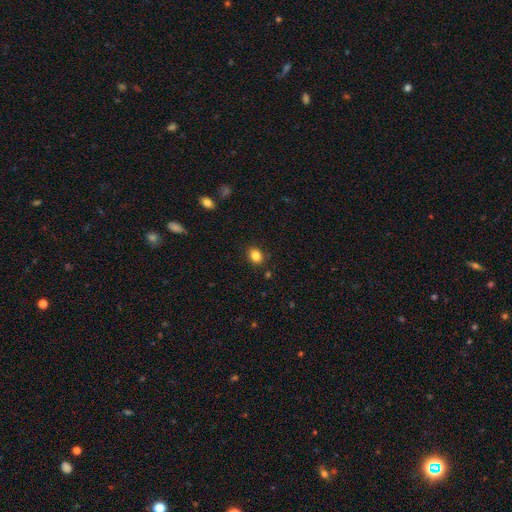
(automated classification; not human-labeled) The model was most divided on "how rounded": in between: 55%, round: 44%, cigar-shaped: 1%. More confident: merging — none (87%); smooth or featured — smooth (85%).